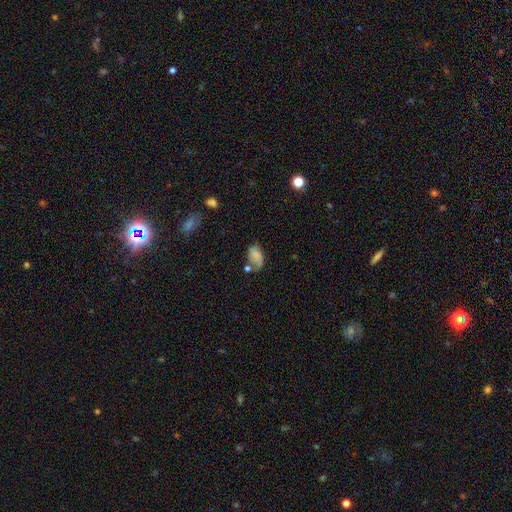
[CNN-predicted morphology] A smooth galaxy with no disk features (66%) that is in between round and cigar-shaped (87%).

Vote fractions:
- Smooth or featured? smooth: 66% / featured or disk: 23% / star or artifact: 11%
- How rounded? in between: 87% / round: 11% / cigar-shaped: 2%
- Merging? none: 38% / minor disturbance: 30% / major disturbance: 17% / merger: 14%